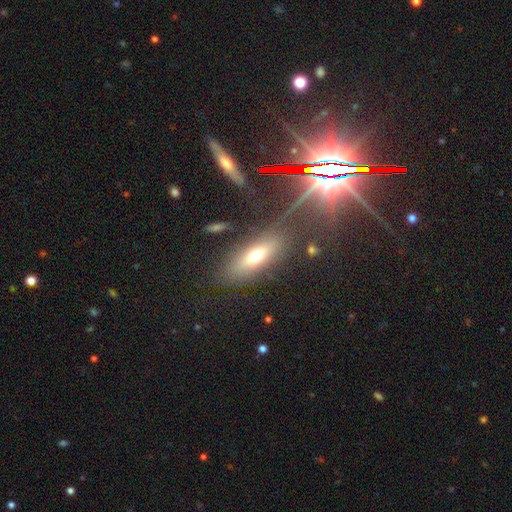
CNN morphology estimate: This appears to be a smooth galaxy with no disk features (57%) that is in between round and cigar-shaped (57%). Merging: none (80%).